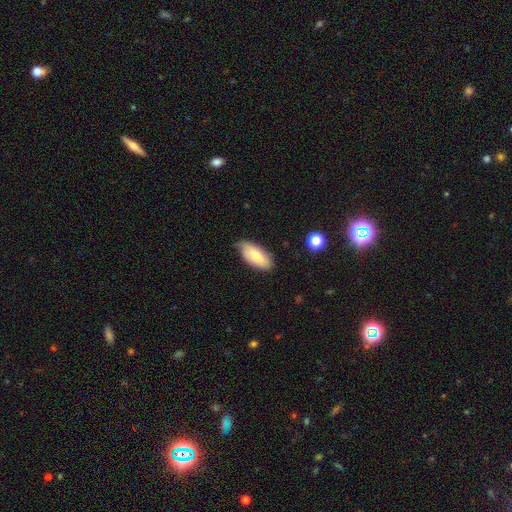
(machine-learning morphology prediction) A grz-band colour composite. It shows a smooth galaxy with no disk features (75%) that is in between round and cigar-shaped (90%). Merging: none (70%).